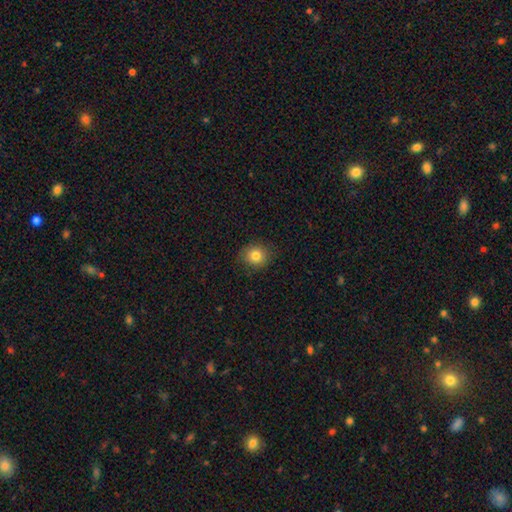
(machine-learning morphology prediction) Smooth or featured: smooth — 82% (star or artifact — 11%)
How rounded: round — 80% (in between — 20%)
Merging: none — 87% (minor disturbance — 9%)